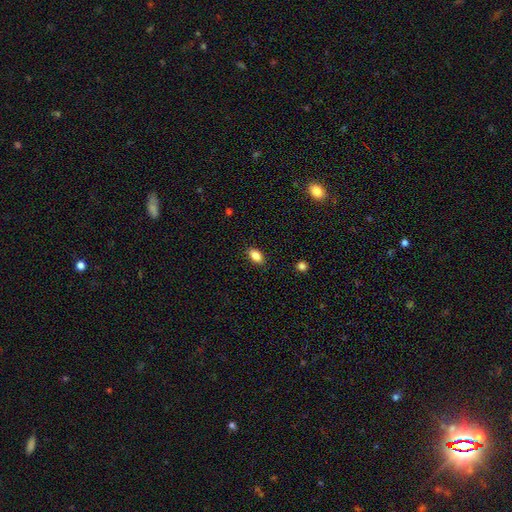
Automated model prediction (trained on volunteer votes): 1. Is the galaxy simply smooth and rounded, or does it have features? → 86% smooth, 8% star or artifact, 6% featured or disk.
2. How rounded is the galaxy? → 89% in between, 7% round, 4% cigar-shaped.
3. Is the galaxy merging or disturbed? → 88% none, 9% minor disturbance, 2% major disturbance, 1% merger.